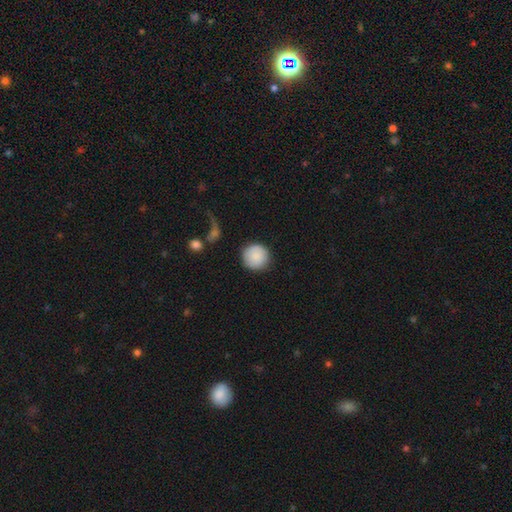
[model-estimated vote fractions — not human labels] Smooth or featured?
  - smooth: 88% *
  - star or artifact: 7%
  - featured or disk: 6%
How rounded?
  - round: 95% *
  - in between: 4%
  - cigar-shaped: 1%
Merging?
  - none: 86% *
  - minor disturbance: 9%
  - major disturbance: 3%
  - merger: 2%